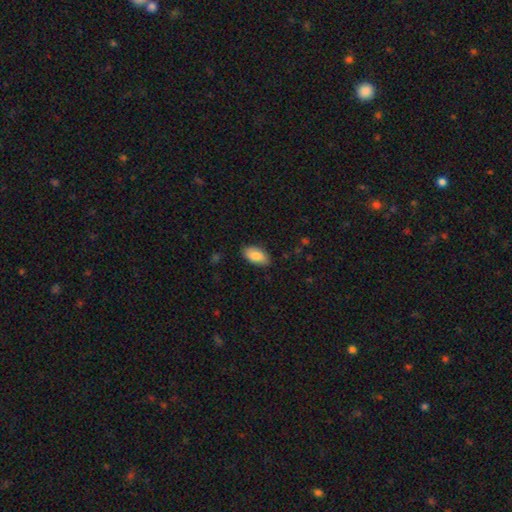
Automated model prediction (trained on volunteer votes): This is clearly a smooth galaxy (84%). How rounded: clearly in between (94%). Merging: clearly none (84%).